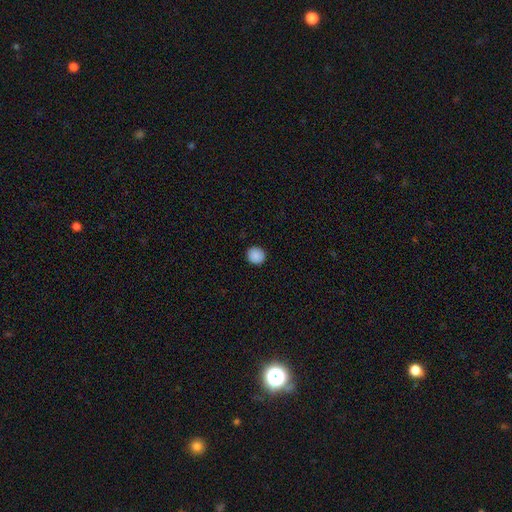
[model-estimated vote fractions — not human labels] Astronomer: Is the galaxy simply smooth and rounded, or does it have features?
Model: smooth — 89%.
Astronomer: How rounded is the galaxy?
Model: round — 87%.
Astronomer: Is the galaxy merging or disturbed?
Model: none — 92%.